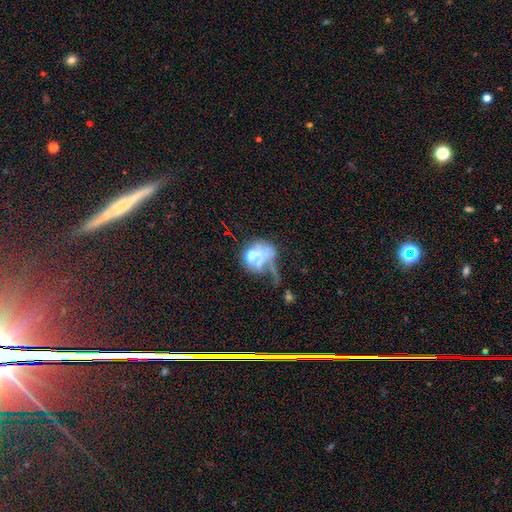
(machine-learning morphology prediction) featured or disk 45%, smooth 40%, star or artifact 15%. Down the decision tree: merging — major disturbance (44%).